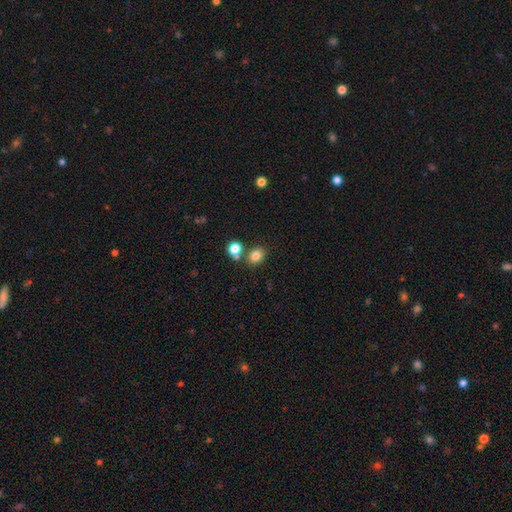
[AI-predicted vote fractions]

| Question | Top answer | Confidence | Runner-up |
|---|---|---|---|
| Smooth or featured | smooth | 82% | star or artifact (12%) |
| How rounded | in between | 51% | round (48%) |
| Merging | none | 70% | merger (17%) |